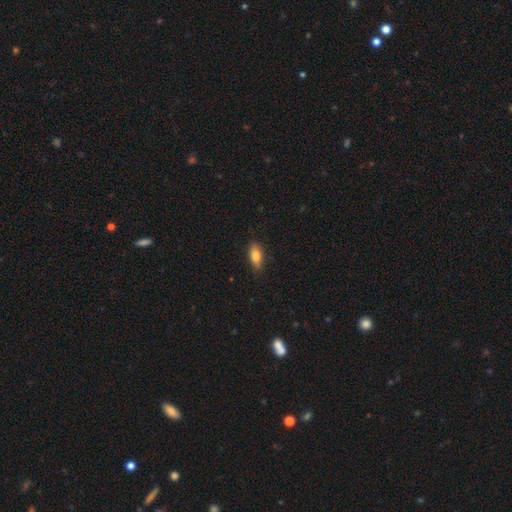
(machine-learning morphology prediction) Smooth or featured? smooth (79%)
How rounded? in between (77%)
Merging? none (87%)